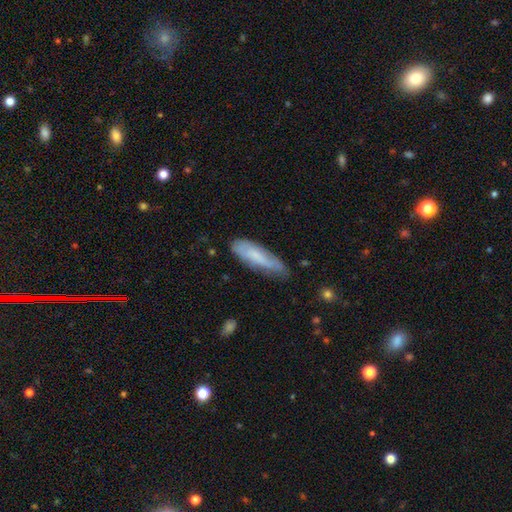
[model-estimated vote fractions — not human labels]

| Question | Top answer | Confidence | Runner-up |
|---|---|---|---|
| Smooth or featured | smooth | 62% | featured or disk (31%) |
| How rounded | cigar-shaped | 58% | in between (41%) |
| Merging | none | 62% | minor disturbance (29%) |